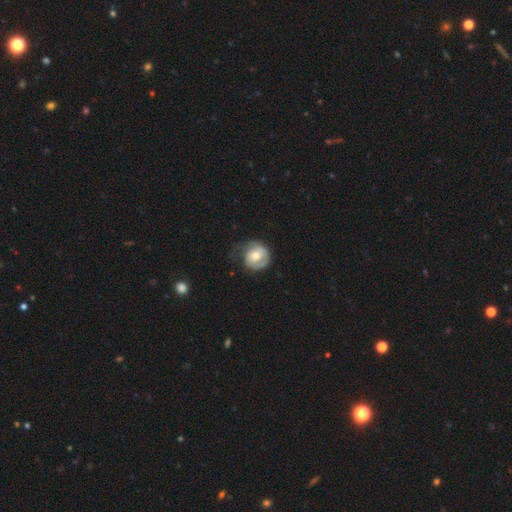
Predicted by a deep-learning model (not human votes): This appears to be a smooth galaxy with no disk features (49%). Merging: none (45%).